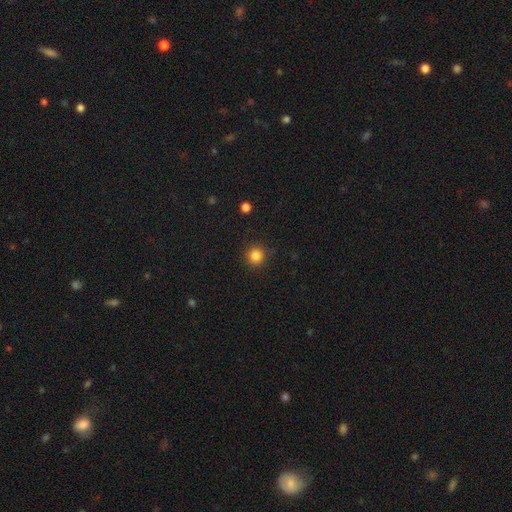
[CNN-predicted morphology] A smooth galaxy with no disk features (85%) that is round (94%). Merging: none (90%).